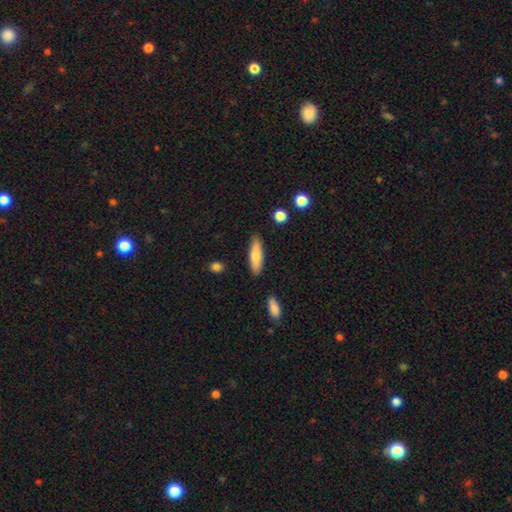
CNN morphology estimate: Smooth or featured? Predicted: smooth (p=0.75). How rounded? Predicted: cigar-shaped (p=0.59). Merging? Predicted: none (p=0.86).